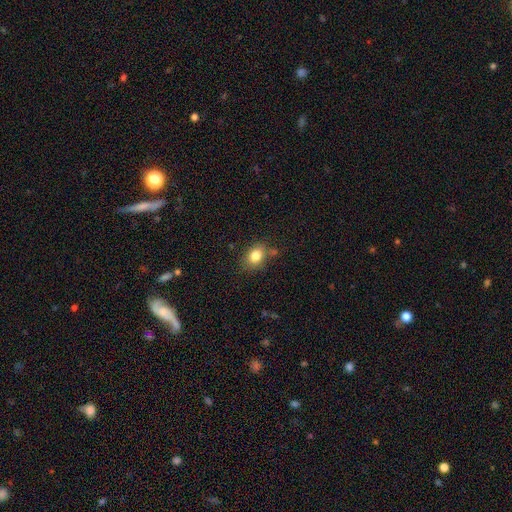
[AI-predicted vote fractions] Overall: smooth (82%). How rounded: in between (58%; round 41%). Merging: none (71%).